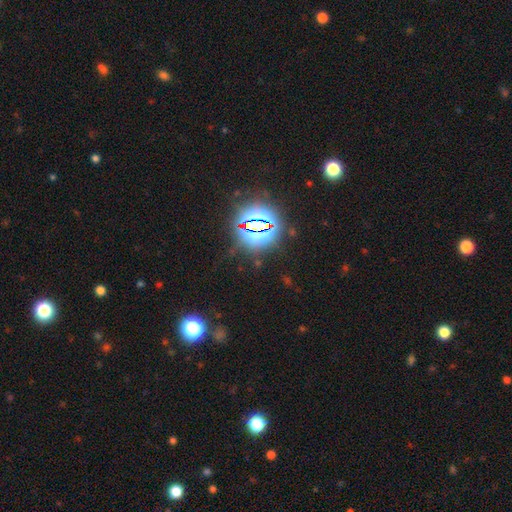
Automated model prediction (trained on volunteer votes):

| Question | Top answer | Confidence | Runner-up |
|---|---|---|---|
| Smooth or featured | star or artifact | 79% | smooth (13%) |